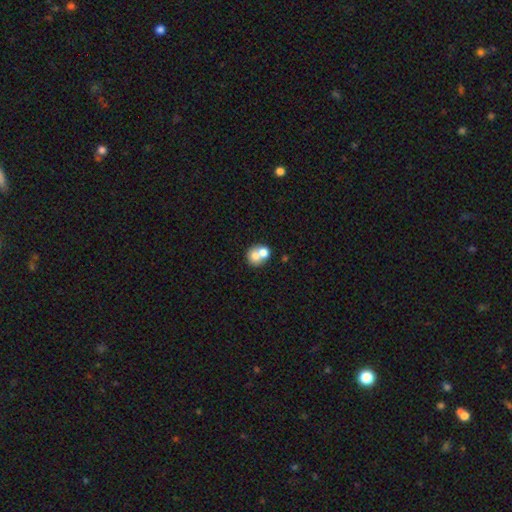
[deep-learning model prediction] Smooth or featured? Predicted: smooth (p=0.69). How rounded? Predicted: round (p=0.71). Merging? Predicted: merger (p=0.61).